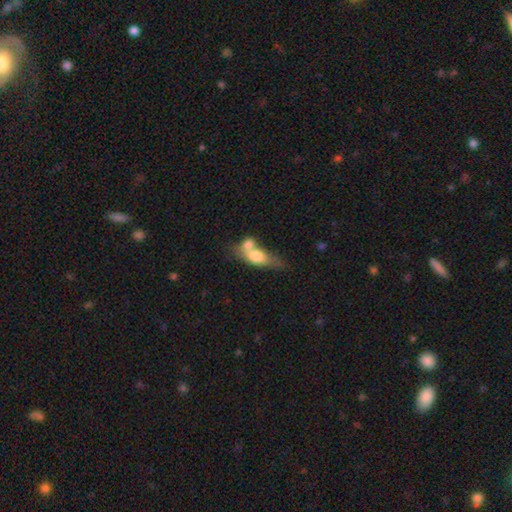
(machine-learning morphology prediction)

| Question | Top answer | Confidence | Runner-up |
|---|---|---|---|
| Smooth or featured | smooth | 66% | featured or disk (27%) |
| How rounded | in between | 68% | cigar-shaped (22%) |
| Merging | merger | 61% | none (21%) |